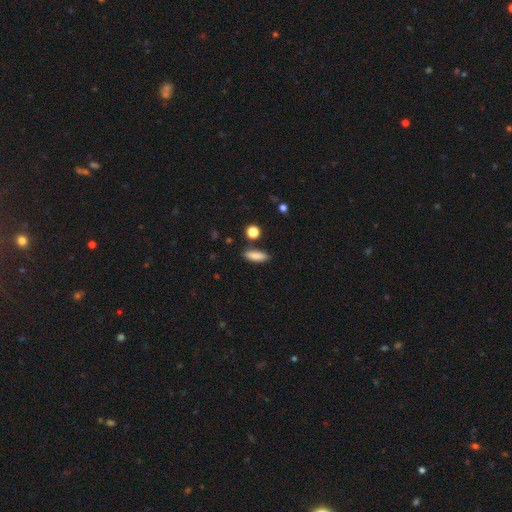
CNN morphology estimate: Q: Smooth or featured?
A: smooth (86%); runner-up: star or artifact (8%)
Q: How rounded?
A: in between (58%); runner-up: cigar-shaped (39%)
Q: Merging?
A: none (83%); runner-up: minor disturbance (11%)